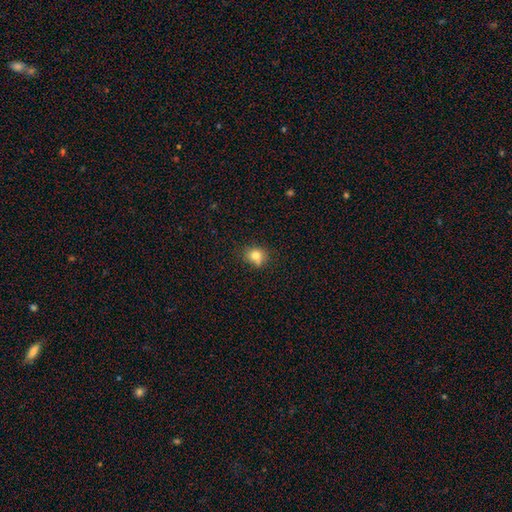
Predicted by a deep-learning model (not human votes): Smooth or featured? smooth (79%)
How rounded? round (70%)
Merging? none (67%)